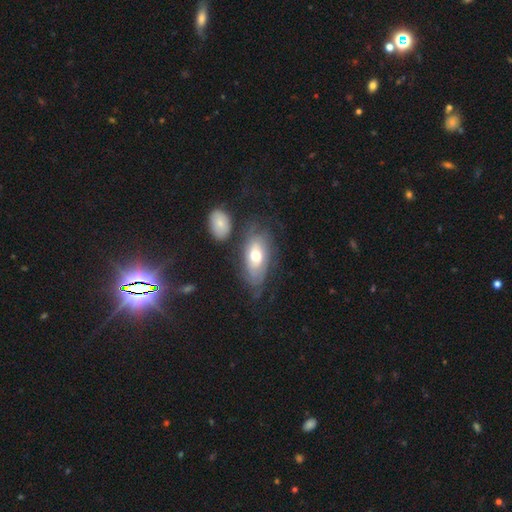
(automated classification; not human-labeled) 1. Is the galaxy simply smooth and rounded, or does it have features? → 49% featured or disk, 44% smooth, 7% star or artifact.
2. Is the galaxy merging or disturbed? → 58% none, 22% minor disturbance, 13% major disturbance, 7% merger.